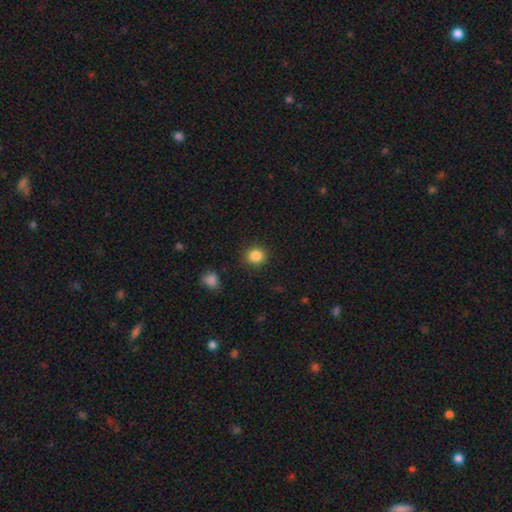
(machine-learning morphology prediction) smooth_or_featured: smooth (p=0.85) [alt: star or artifact p=0.10]
how_rounded: round (p=0.89) [alt: in between p=0.11]
merging: none (p=0.89) [alt: minor disturbance p=0.07]